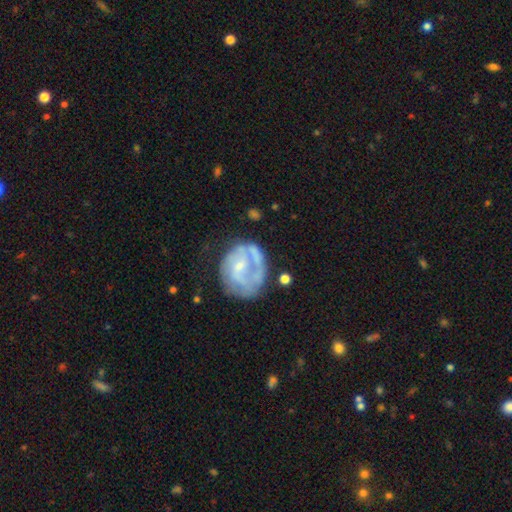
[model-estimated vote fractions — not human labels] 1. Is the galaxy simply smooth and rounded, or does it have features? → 65% featured or disk, 28% smooth, 7% star or artifact.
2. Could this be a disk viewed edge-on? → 98% no, 2% yes.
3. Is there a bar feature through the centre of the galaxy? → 49% no, 39% weak, 11% strong.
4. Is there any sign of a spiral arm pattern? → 61% yes, 39% no.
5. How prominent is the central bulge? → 50% small, 26% moderate, 20% none, 3% large, 1% dominant.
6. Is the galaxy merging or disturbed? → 43% none, 29% major disturbance, 22% minor disturbance, 7% merger.